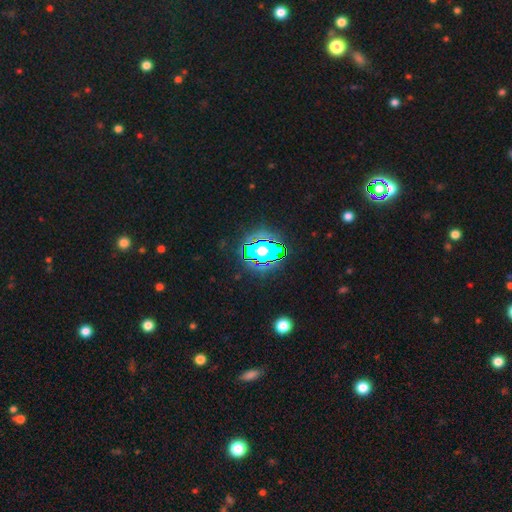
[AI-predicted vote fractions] The model was most divided on "smooth or featured": star or artifact: 69%, smooth: 18%, featured or disk: 13%.